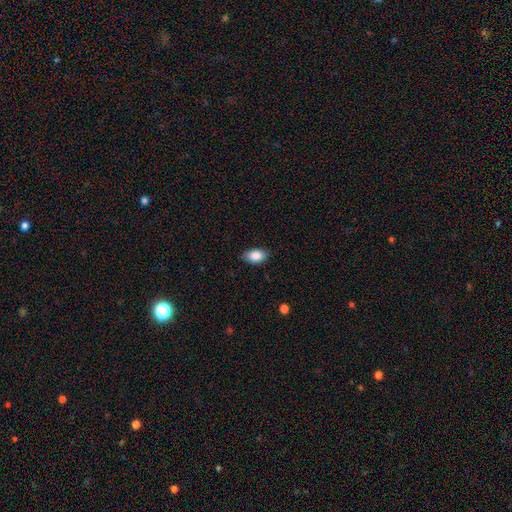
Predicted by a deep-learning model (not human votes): smooth_or_featured: smooth (p=0.87) [alt: star or artifact p=0.07]
how_rounded: in between (p=0.91) [alt: round p=0.07]
merging: none (p=0.83) [alt: minor disturbance p=0.14]